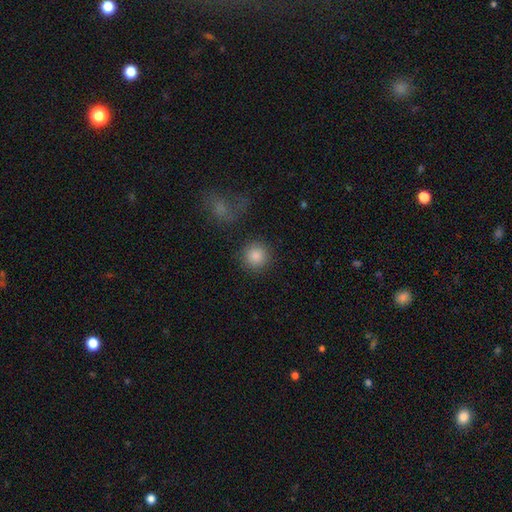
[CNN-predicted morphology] Smooth or featured?
  - smooth: 87% *
  - star or artifact: 9%
  - featured or disk: 4%
How rounded?
  - round: 94% *
  - in between: 5%
  - cigar-shaped: 1%
Merging?
  - none: 87% *
  - minor disturbance: 6%
  - major disturbance: 3%
  - merger: 3%